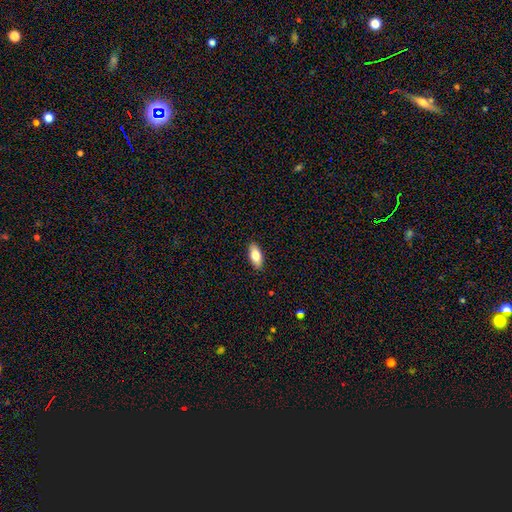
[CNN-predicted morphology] Smooth or featured? smooth (79%)
How rounded? in between (85%)
Merging? none (90%)